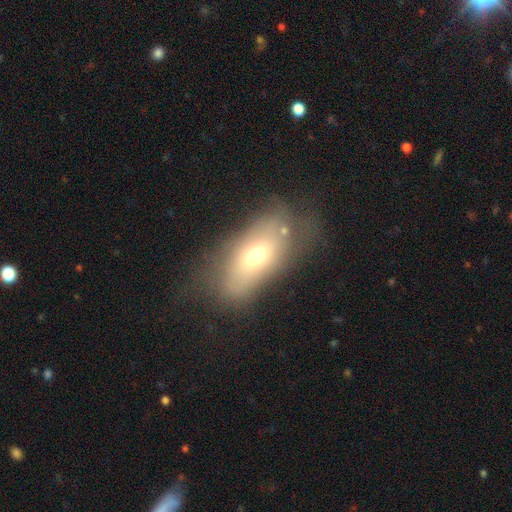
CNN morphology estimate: Smooth or featured: smooth — 59% (featured or disk — 30%)
How rounded: in between — 82% (cigar-shaped — 10%)
Merging: none — 52% (minor disturbance — 26%)